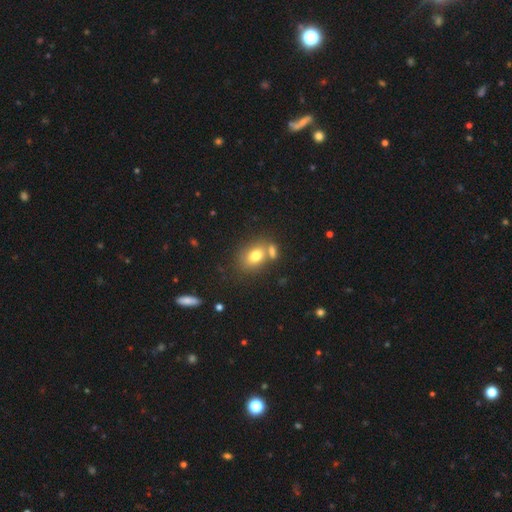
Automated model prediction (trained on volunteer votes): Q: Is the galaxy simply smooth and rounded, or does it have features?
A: smooth — 76%.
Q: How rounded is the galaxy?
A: in between — 73%.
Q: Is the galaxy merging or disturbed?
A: none — 51%.